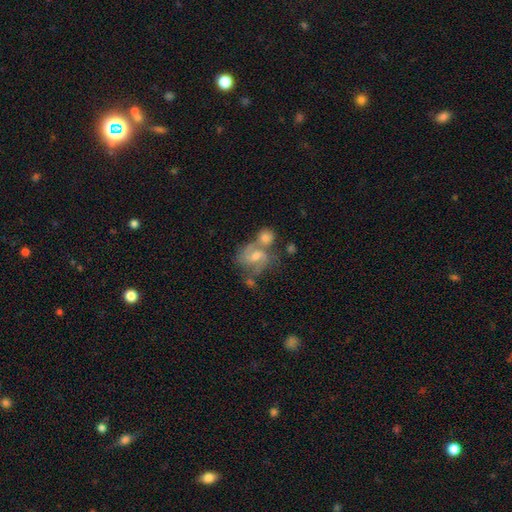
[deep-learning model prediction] featured or disk 73%, smooth 18%, star or artifact 9%. Down the decision tree: edge-on disk — no (97%); bar — weak (49%); spiral arms — yes (91%); spiral arm count — 2 (74%); spiral winding — medium (54%); bulge size — moderate (57%); merging — none (39%).